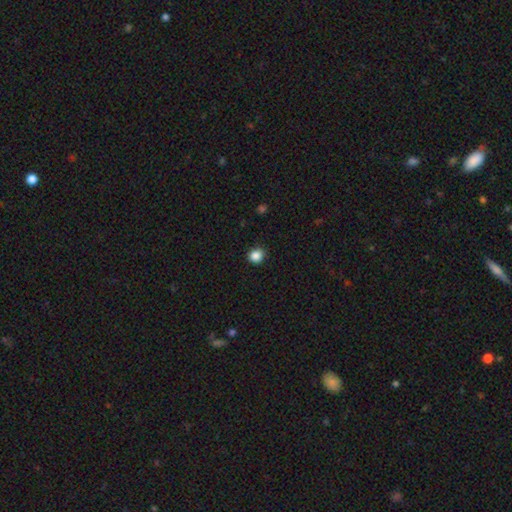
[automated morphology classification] Smooth or featured: smooth — 86% (star or artifact — 11%)
How rounded: round — 85% (in between — 14%)
Merging: none — 89% (minor disturbance — 8%)